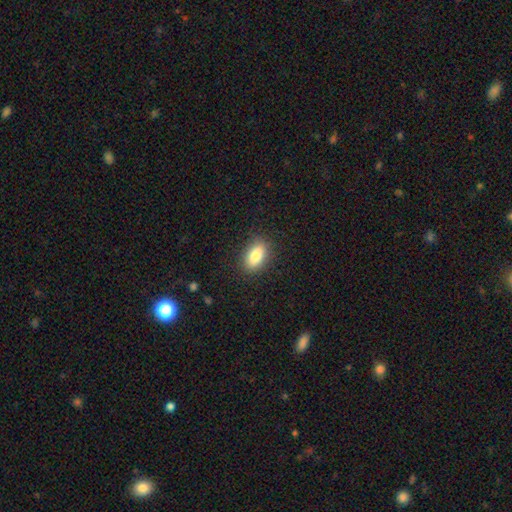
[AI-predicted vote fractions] This appears to be a smooth galaxy with no disk features (84%) that is in between round and cigar-shaped (88%). Merging: none (87%).